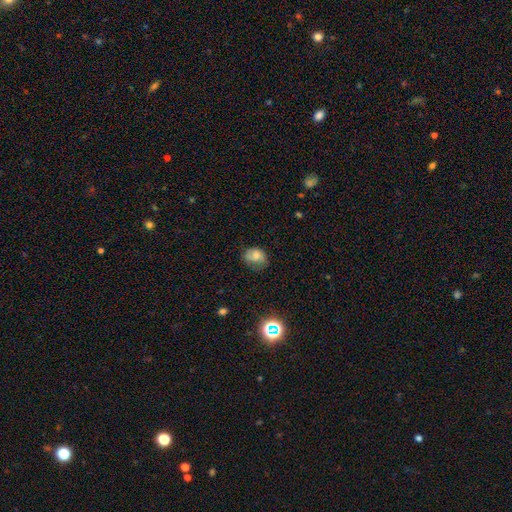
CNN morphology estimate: Smooth or featured? smooth (71%)
How rounded? in between (55%)
Merging? none (51%)